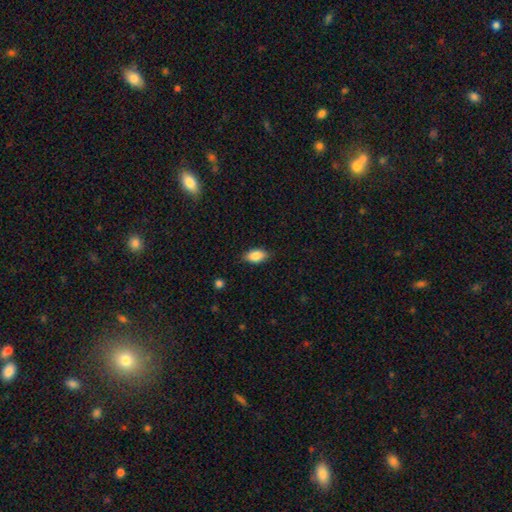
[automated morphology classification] A smooth galaxy with no disk features (86%) that is in between round and cigar-shaped (90%).

Vote fractions:
- Smooth or featured? smooth: 86% / star or artifact: 7% / featured or disk: 7%
- How rounded? in between: 90% / round: 5% / cigar-shaped: 4%
- Merging? none: 83% / minor disturbance: 13% / major disturbance: 3% / merger: 1%